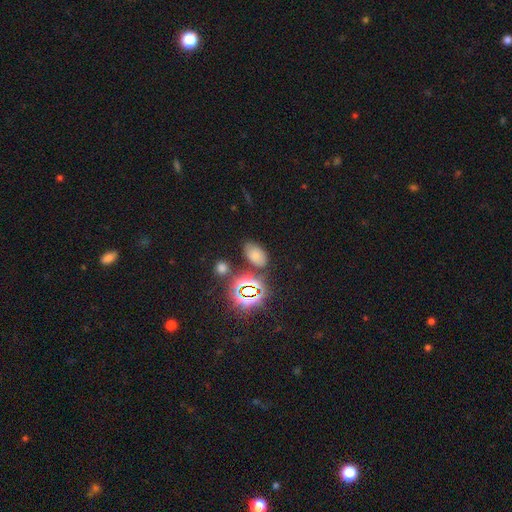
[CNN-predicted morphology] This appears to be a smooth galaxy with no disk features (59%) that is in between round and cigar-shaped (90%). Merging: none (76%).